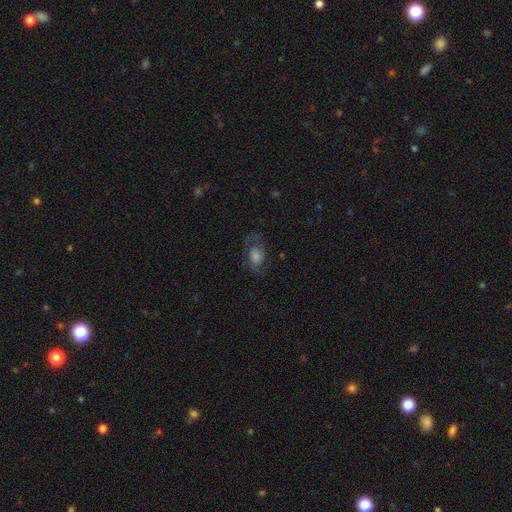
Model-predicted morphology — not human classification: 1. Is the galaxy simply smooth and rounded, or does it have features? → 43% smooth, 41% featured or disk, 16% star or artifact.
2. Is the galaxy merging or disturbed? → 62% none, 20% minor disturbance, 17% major disturbance, 2% merger.